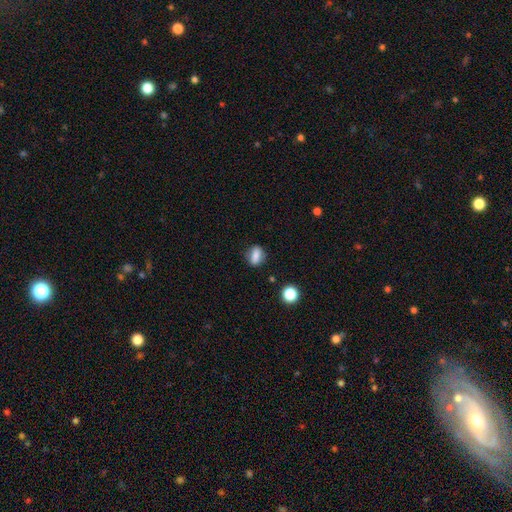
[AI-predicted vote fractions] This is clearly a smooth galaxy (80%). How rounded: likely in between (67%). Merging: likely none (80%).